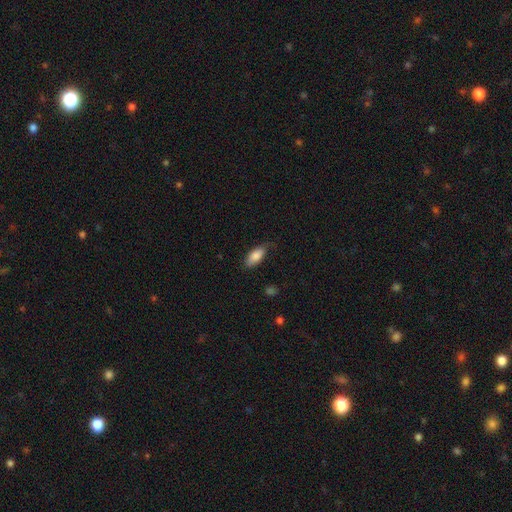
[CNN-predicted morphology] The model was most divided on "merging": none: 65%, minor disturbance: 27%, major disturbance: 7%, merger: 1%. More confident: how rounded — in between (88%); smooth or featured — smooth (84%).